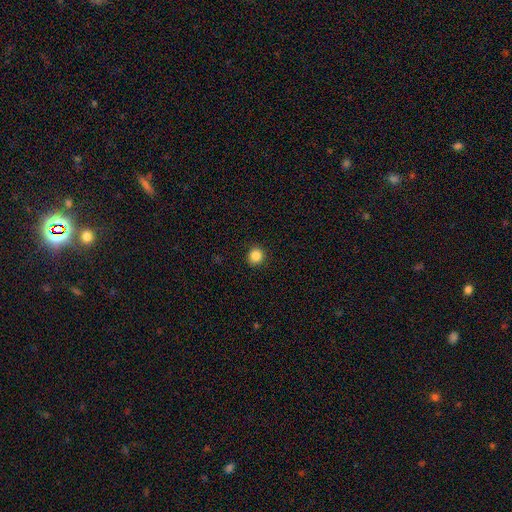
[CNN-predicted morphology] Q: Smooth or featured?
A: smooth (86%); runner-up: star or artifact (11%)
Q: How rounded?
A: round (93%); runner-up: in between (6%)
Q: Merging?
A: none (93%); runner-up: minor disturbance (5%)